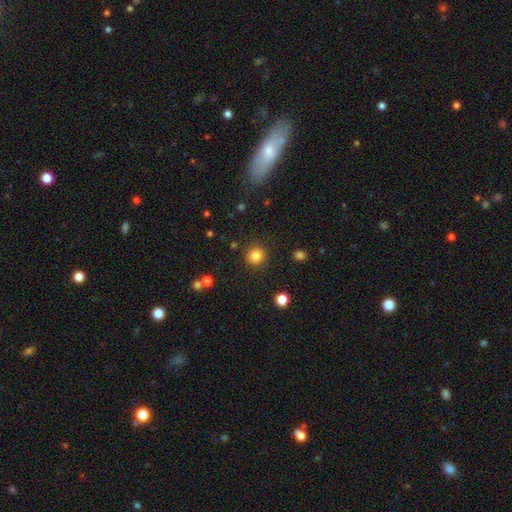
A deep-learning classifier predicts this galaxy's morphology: A smooth galaxy with no disk features (84%) that is round (89%).

Vote fractions:
- Smooth or featured? smooth: 84% / star or artifact: 11% / featured or disk: 5%
- How rounded? round: 89% / in between: 10% / cigar-shaped: 1%
- Merging? none: 90% / minor disturbance: 6% / major disturbance: 2% / merger: 2%